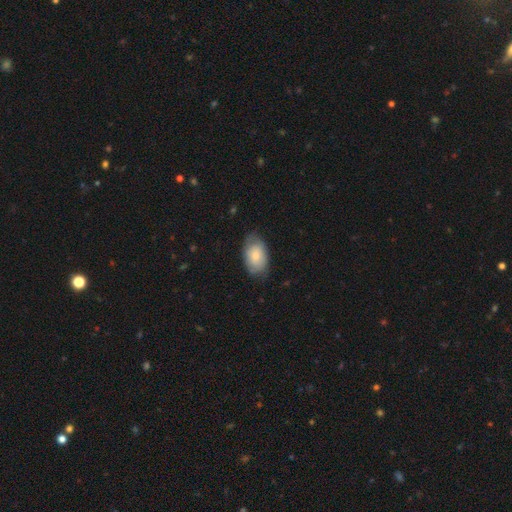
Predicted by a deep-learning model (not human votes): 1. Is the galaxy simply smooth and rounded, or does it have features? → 71% smooth, 23% featured or disk, 6% star or artifact.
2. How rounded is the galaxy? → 91% in between, 7% round, 1% cigar-shaped.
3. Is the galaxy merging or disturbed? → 70% none, 24% minor disturbance, 5% major disturbance, 1% merger.